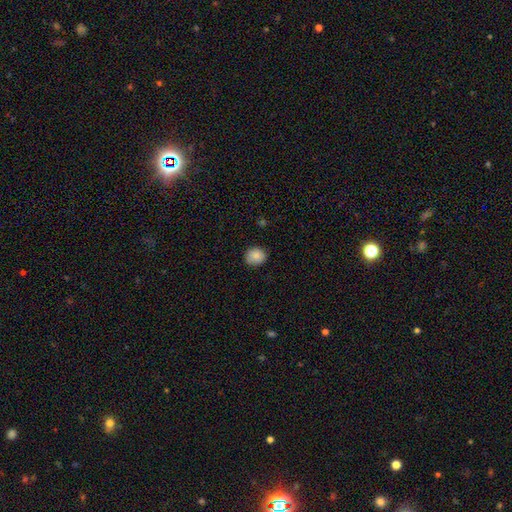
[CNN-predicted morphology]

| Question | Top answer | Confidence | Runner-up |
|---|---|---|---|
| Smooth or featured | smooth | 87% | star or artifact (9%) |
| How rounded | round | 80% | in between (19%) |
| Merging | none | 85% | minor disturbance (11%) |